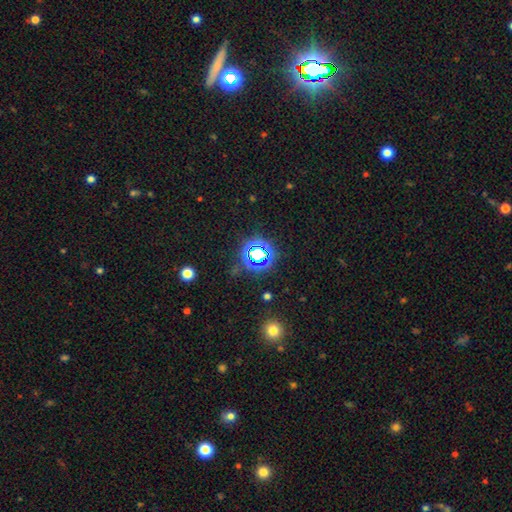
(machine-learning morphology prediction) Smooth or featured? star or artifact (67%)